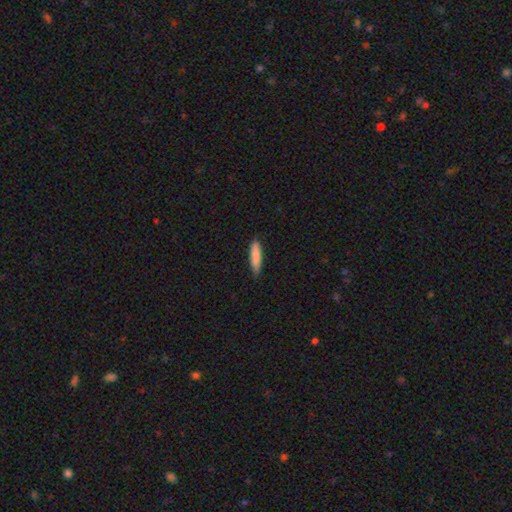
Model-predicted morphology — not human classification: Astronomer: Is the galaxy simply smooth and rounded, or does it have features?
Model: smooth — 85%.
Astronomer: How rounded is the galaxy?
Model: cigar-shaped — 78%.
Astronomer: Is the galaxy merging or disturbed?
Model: none — 83%.